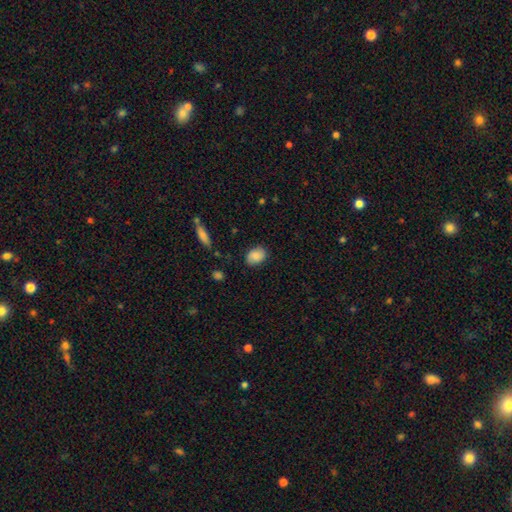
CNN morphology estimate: A smooth galaxy with no disk features (83%) that is in between round and cigar-shaped (77%).

Vote fractions:
- Smooth or featured? smooth: 83% / featured or disk: 10% / star or artifact: 7%
- How rounded? in between: 77% / round: 21% / cigar-shaped: 1%
- Merging? none: 81% / minor disturbance: 14% / major disturbance: 3% / merger: 1%